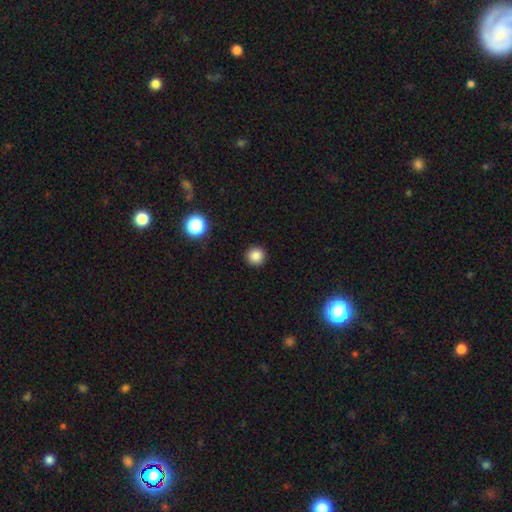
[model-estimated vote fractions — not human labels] smooth 84%, star or artifact 12%, featured or disk 4%. Down the decision tree: how rounded — round (95%); merging — none (93%).